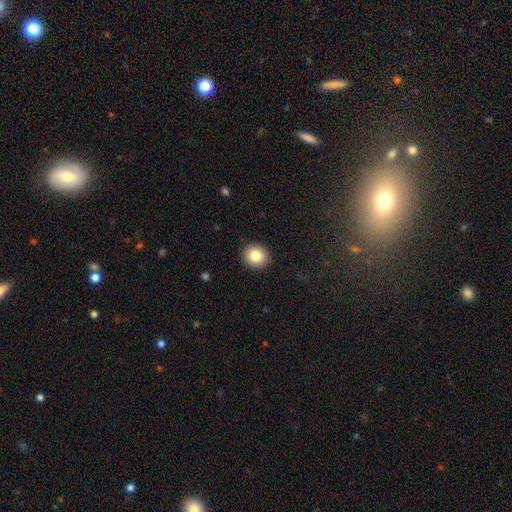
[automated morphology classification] A smooth galaxy with no disk features (84%) that is round (85%). Merging: none (92%).